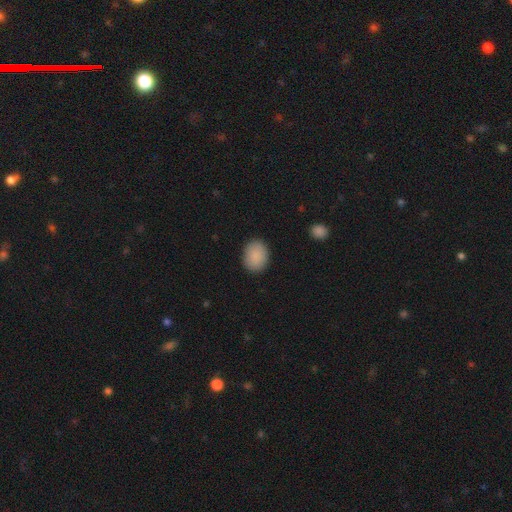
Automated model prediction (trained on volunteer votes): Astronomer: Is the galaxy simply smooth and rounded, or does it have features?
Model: smooth — 89%.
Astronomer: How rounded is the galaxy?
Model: in between — 59% (runner-up: round, 40%).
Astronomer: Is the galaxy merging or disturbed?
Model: none — 88%.